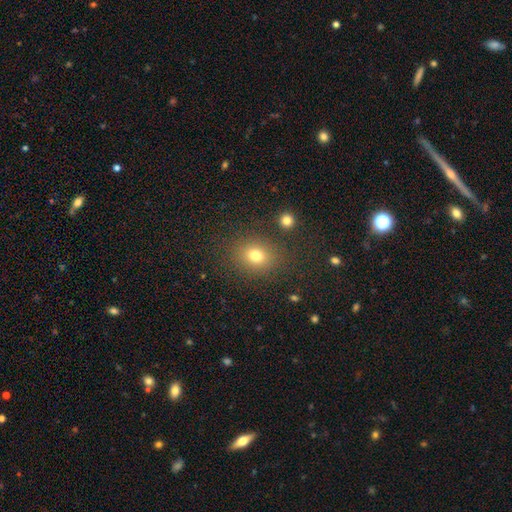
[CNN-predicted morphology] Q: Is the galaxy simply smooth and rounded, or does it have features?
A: smooth — 77%.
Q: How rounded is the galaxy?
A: round — 60%.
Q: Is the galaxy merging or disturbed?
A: none — 83%.